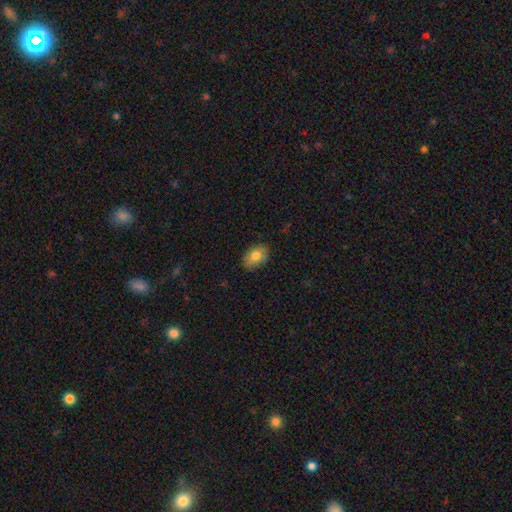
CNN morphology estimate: This appears to be a smooth galaxy with no disk features (80%) that is in between round and cigar-shaped (85%). Merging: none (83%).